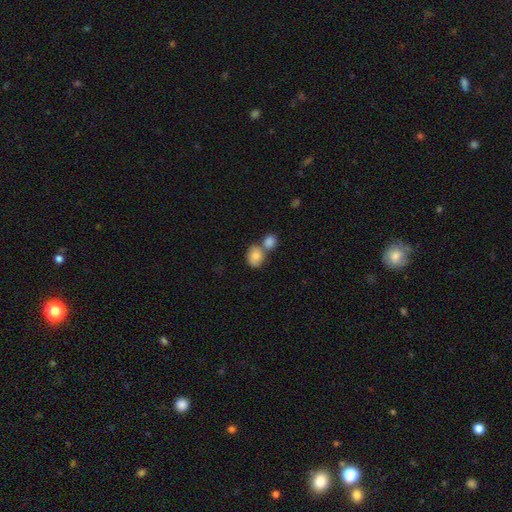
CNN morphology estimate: Smooth or featured: smooth — 79% (featured or disk — 14%)
How rounded: round — 53% (in between — 45%)
Merging: merger — 53% (none — 34%)